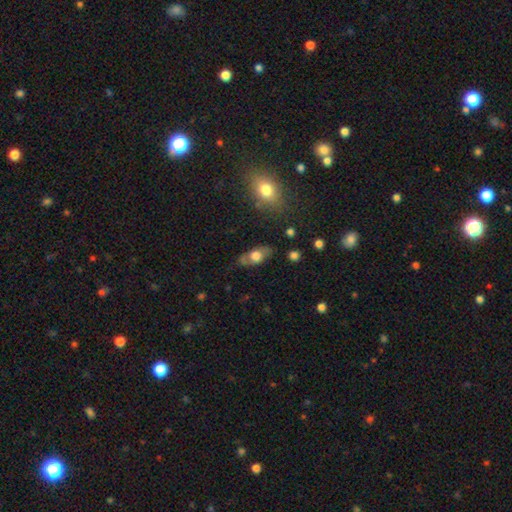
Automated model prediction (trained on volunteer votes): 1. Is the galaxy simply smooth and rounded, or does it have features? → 57% smooth, 36% featured or disk, 7% star or artifact.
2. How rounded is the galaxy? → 81% in between, 10% cigar-shaped, 9% round.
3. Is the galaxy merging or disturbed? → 78% none, 15% minor disturbance, 4% major disturbance, 2% merger.